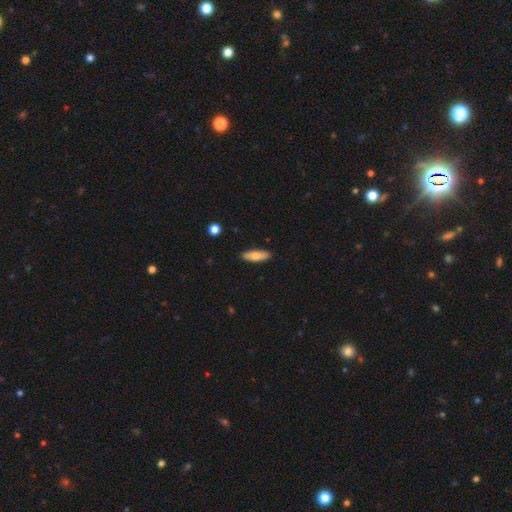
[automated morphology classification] A smooth galaxy with no disk features (74%) that is in between round and cigar-shaped (50%).

Vote fractions:
- Smooth or featured? smooth: 74% / featured or disk: 20% / star or artifact: 6%
- How rounded? in between: 50% / cigar-shaped: 48% / round: 2%
- Merging? none: 89% / minor disturbance: 8% / major disturbance: 2% / merger: 1%